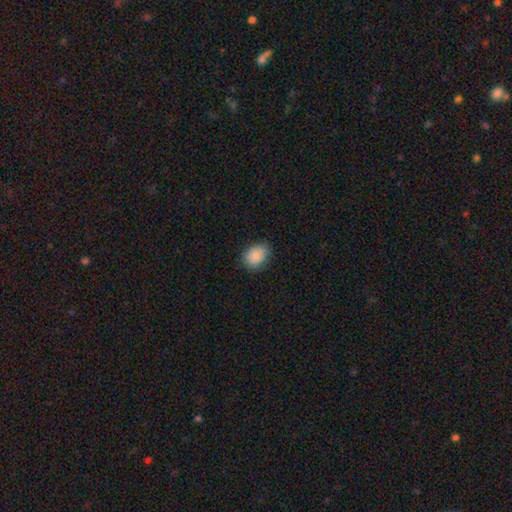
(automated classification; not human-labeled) Smooth or featured?
  - smooth: 88% *
  - star or artifact: 7%
  - featured or disk: 4%
How rounded?
  - in between: 69% *
  - round: 30%
  - cigar-shaped: 1%
Merging?
  - none: 81% *
  - minor disturbance: 15%
  - major disturbance: 3%
  - merger: 1%